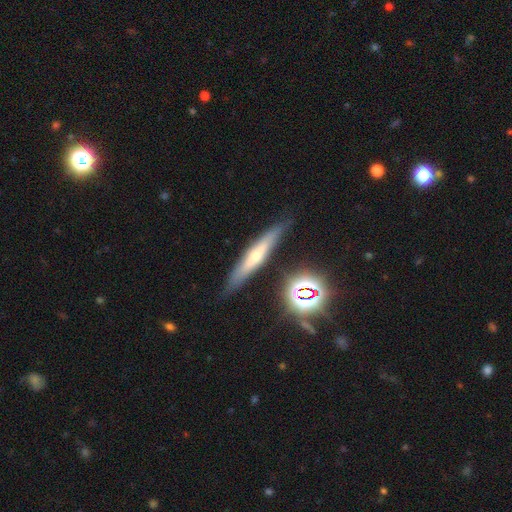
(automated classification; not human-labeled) This appears to be a featured or disk galaxy (51%) viewed edge-on (87%). Merging: none (85%).